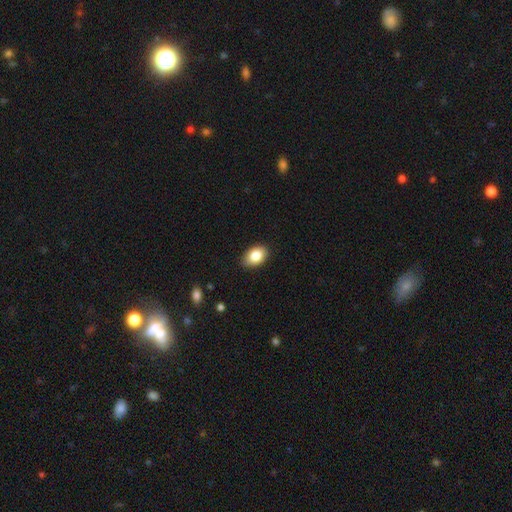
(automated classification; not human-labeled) smooth_or_featured: smooth (p=0.84) [alt: featured or disk p=0.08]
how_rounded: in between (p=0.86) [alt: round p=0.13]
merging: none (p=0.86) [alt: minor disturbance p=0.11]